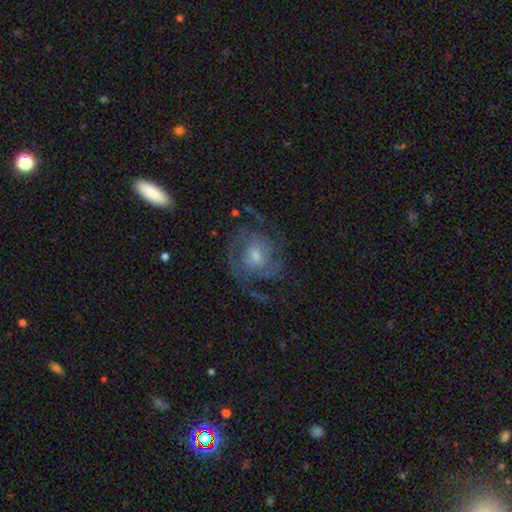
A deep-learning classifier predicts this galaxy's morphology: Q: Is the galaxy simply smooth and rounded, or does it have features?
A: featured or disk — 79%.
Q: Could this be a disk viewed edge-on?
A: no — 98%.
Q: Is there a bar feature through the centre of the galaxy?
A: no — 49%.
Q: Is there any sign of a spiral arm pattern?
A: yes — 89%.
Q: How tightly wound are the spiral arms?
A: tight — 43%.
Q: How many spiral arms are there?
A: can't tell — 32%.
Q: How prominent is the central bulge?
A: moderate — 46%, tied with small.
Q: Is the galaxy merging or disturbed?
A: none — 61%.